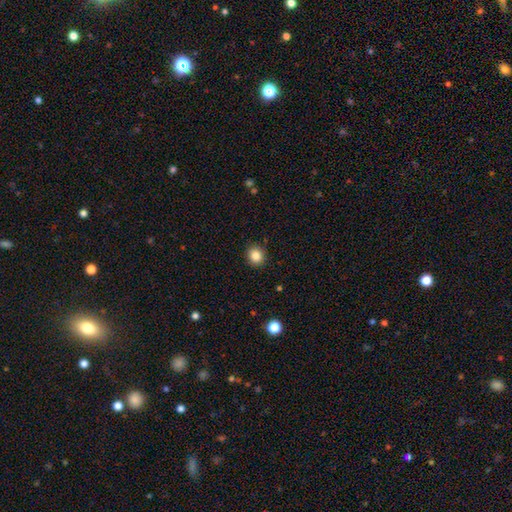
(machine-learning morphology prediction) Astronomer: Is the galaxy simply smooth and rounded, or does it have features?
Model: smooth — 85%.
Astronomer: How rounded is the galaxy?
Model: round — 83%.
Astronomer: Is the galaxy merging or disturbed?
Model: none — 91%.